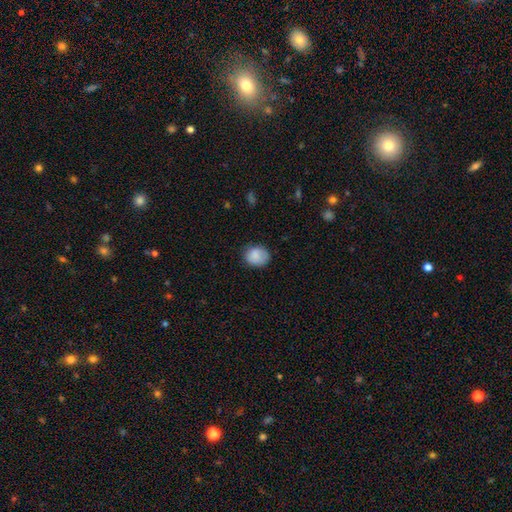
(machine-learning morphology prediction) Smooth or featured? Predicted: smooth (p=0.85). How rounded? Predicted: round (p=0.62). Merging? Predicted: none (p=0.71).